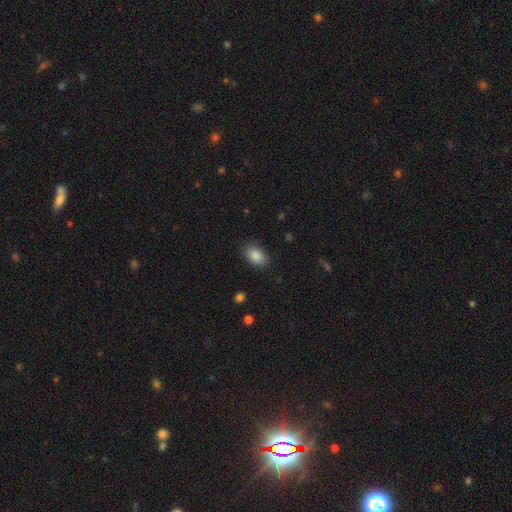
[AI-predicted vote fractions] Smooth or featured?
  - smooth: 88% *
  - star or artifact: 8%
  - featured or disk: 4%
How rounded?
  - in between: 85% *
  - round: 13%
  - cigar-shaped: 1%
Merging?
  - none: 84% *
  - minor disturbance: 11%
  - major disturbance: 3%
  - merger: 1%